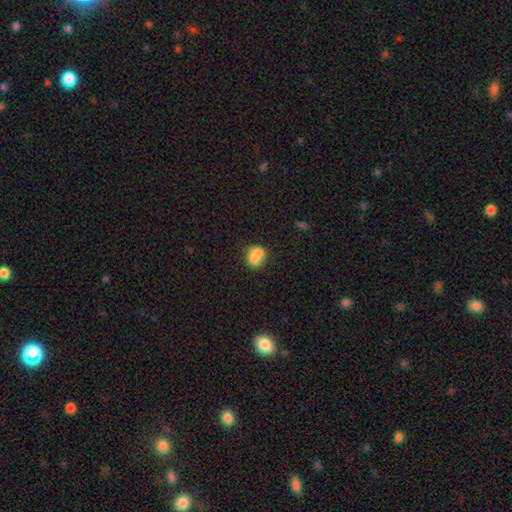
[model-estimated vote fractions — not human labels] Smooth or featured? smooth (73%)
How rounded? round (64%)
Merging? merger (61%)